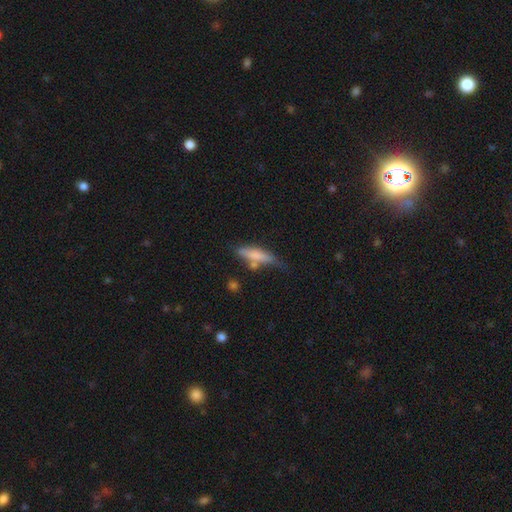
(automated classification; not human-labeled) A smooth galaxy with no disk features (66%) that is cigar-shaped (74%).

Vote fractions:
- Smooth or featured? smooth: 66% / featured or disk: 27% / star or artifact: 7%
- How rounded? cigar-shaped: 74% / in between: 24% / round: 2%
- Merging? none: 52% / minor disturbance: 26% / merger: 14% / major disturbance: 9%